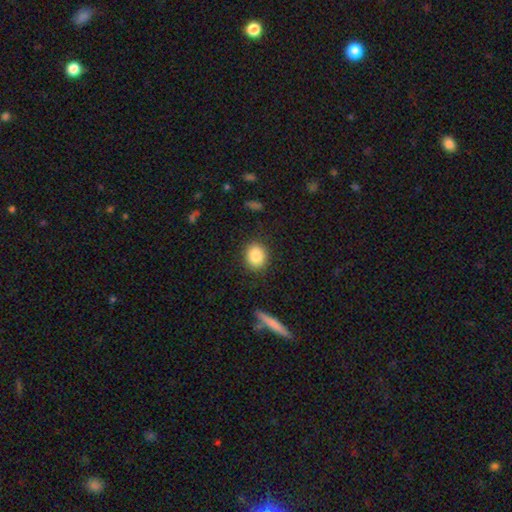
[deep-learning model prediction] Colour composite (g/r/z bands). It shows a smooth galaxy with no disk features (86%) that is round (69%). Merging: none (88%).